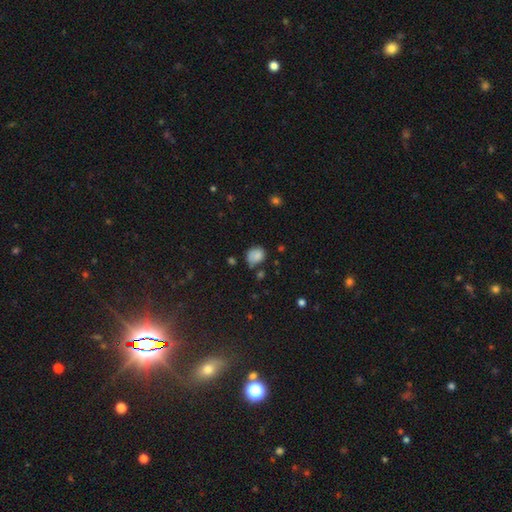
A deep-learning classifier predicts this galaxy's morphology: The model was most divided on "how rounded": round: 53%, in between: 46%, cigar-shaped: 1%. More confident: smooth or featured — smooth (82%); merging — none (54%).